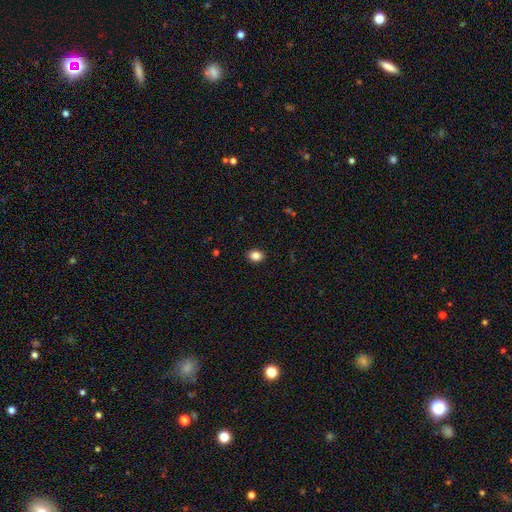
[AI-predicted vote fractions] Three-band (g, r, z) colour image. It shows a smooth galaxy with no disk features (85%) that is in between round and cigar-shaped (58%). Merging: none (90%).